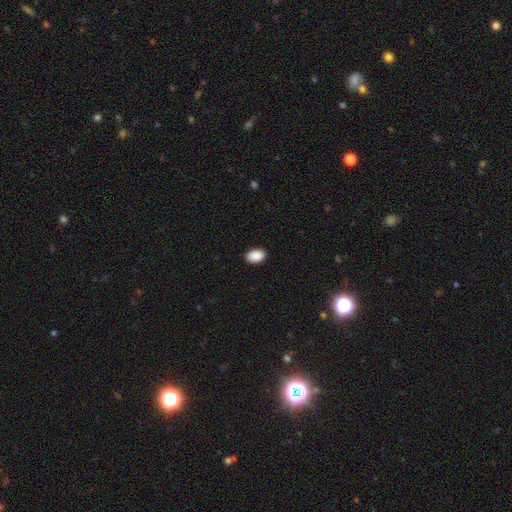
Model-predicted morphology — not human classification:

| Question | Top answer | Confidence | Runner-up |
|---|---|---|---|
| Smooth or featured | smooth | 90% | star or artifact (7%) |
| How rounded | in between | 86% | round (13%) |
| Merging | none | 89% | minor disturbance (8%) |